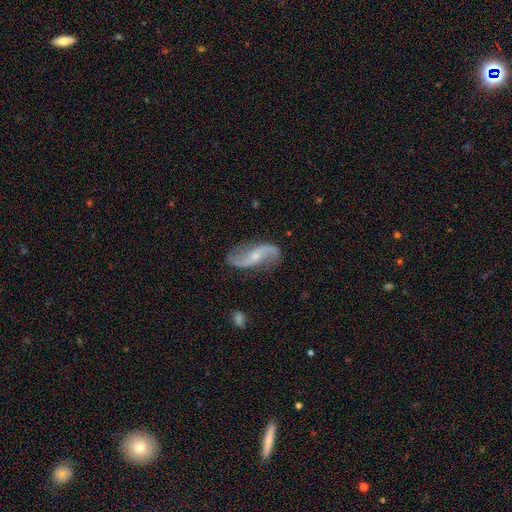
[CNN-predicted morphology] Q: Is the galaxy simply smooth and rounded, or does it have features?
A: featured or disk — 89%.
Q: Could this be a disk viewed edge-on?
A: no — 96%.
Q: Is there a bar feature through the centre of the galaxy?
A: no — 52%.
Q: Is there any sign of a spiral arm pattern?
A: yes — 96%.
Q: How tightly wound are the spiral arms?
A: loose — 83%.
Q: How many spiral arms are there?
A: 2 — 94%.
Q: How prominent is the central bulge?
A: small — 66%.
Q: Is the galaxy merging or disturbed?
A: none — 80%.